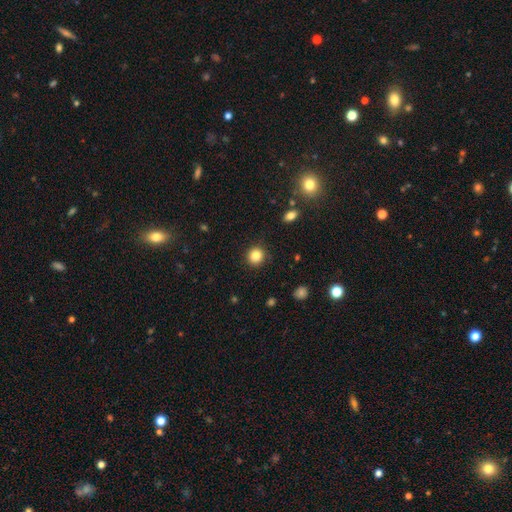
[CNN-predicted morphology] smooth 84%, star or artifact 11%, featured or disk 5%. Down the decision tree: how rounded — round (92%); merging — none (91%).